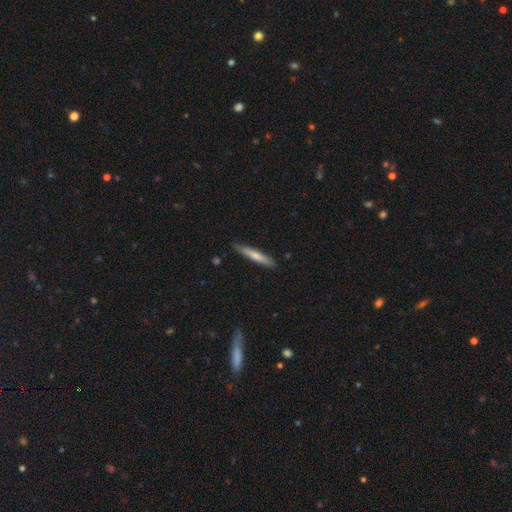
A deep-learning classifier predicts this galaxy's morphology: The model was most divided on "smooth or featured": smooth: 66%, featured or disk: 29%, star or artifact: 5%. More confident: how rounded — cigar-shaped (93%); merging — none (85%).